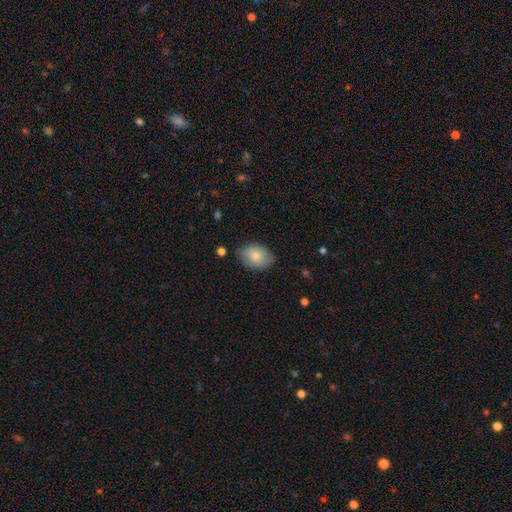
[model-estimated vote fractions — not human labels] This is likely a smooth galaxy (78%). How rounded: likely in between (77%). Merging: likely none (74%).